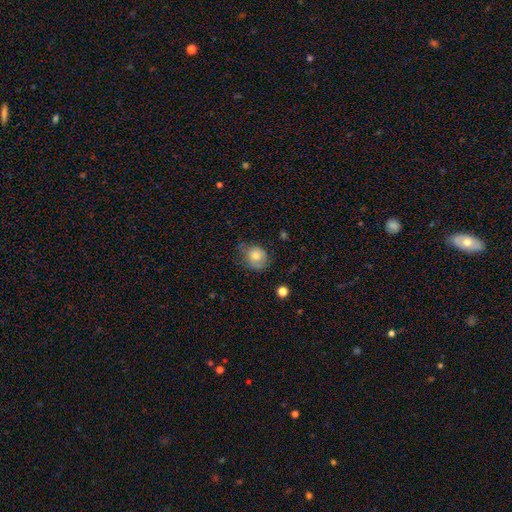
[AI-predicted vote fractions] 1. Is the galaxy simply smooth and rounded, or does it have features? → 76% smooth, 15% featured or disk, 9% star or artifact.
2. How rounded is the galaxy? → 70% round, 29% in between, 1% cigar-shaped.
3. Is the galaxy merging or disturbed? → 54% none, 33% minor disturbance, 11% major disturbance, 2% merger.